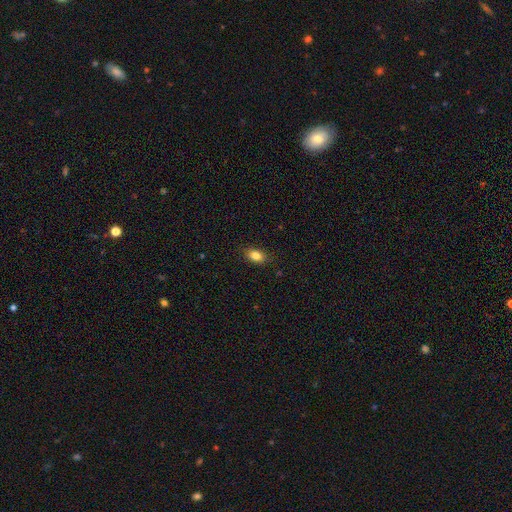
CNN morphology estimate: smooth-or-featured: smooth: 84% | star or artifact: 9% | featured or disk: 7%
  how-rounded: in between: 85% | round: 13% | cigar-shaped: 2%
  merging: none: 86% | minor disturbance: 11% | major disturbance: 2% | merger: 1%